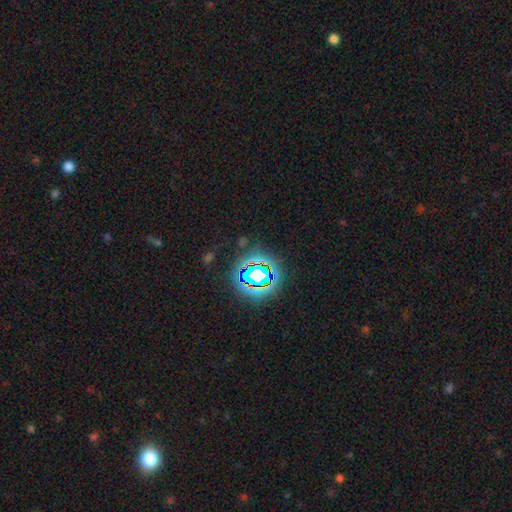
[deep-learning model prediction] Q: Smooth or featured?
A: star or artifact (76%); runner-up: smooth (14%)